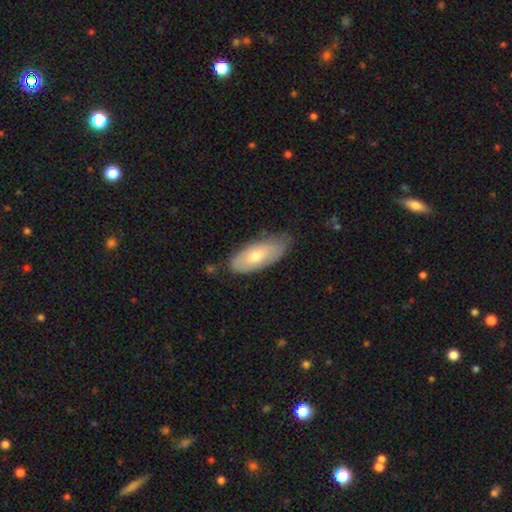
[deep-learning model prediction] smooth-or-featured: smooth: 58% | featured or disk: 36% | star or artifact: 6%
  how-rounded: in between: 83% | cigar-shaped: 15% | round: 2%
  merging: none: 69% | minor disturbance: 24% | major disturbance: 5% | merger: 2%